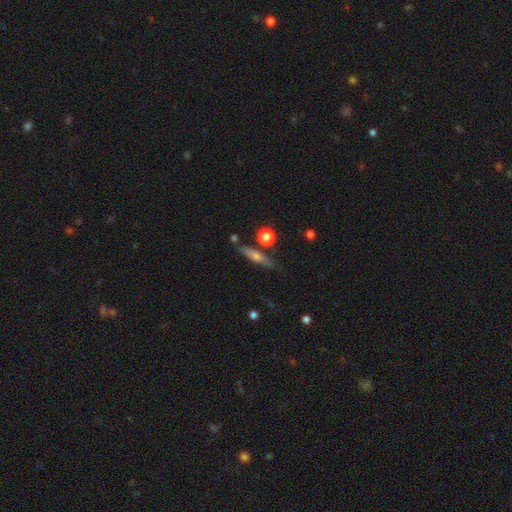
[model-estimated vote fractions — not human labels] The model was most divided on "smooth or featured": smooth: 46%, featured or disk: 45%, star or artifact: 9%. More confident: merging — none (77%).